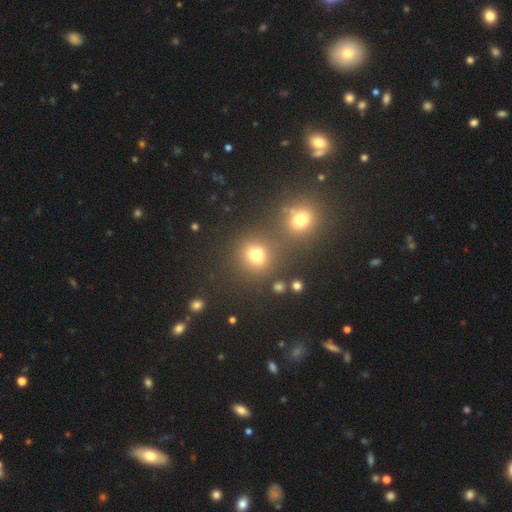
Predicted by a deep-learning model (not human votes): This is likely a smooth galaxy (71%). How rounded: likely round (79%). Merging: possibly none (58%).